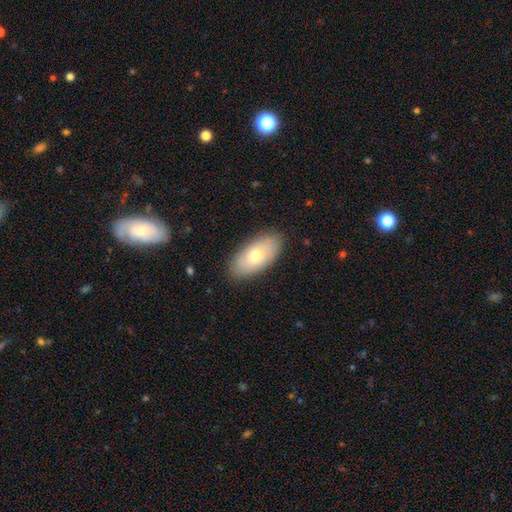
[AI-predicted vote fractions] The model was most divided on "smooth or featured": smooth: 71%, featured or disk: 22%, star or artifact: 6%. More confident: how rounded — in between (92%); merging — none (87%).